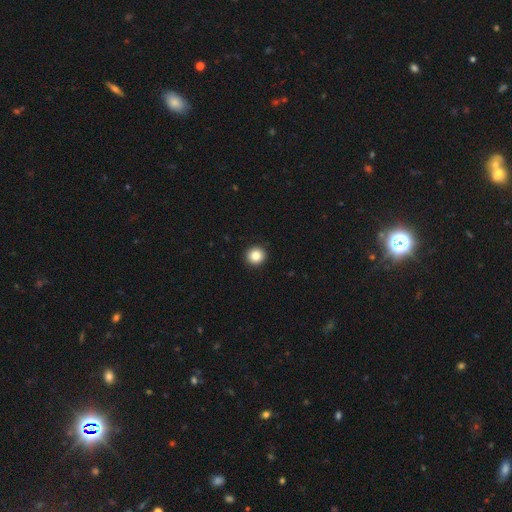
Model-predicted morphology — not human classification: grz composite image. It shows a smooth galaxy with no disk features (85%) that is round (94%). Merging: none (94%).